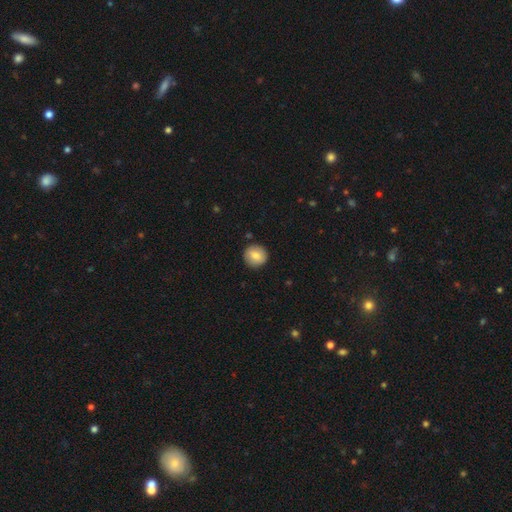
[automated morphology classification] This appears to be a smooth galaxy with no disk features (81%) that is round (91%). Merging: none (89%).